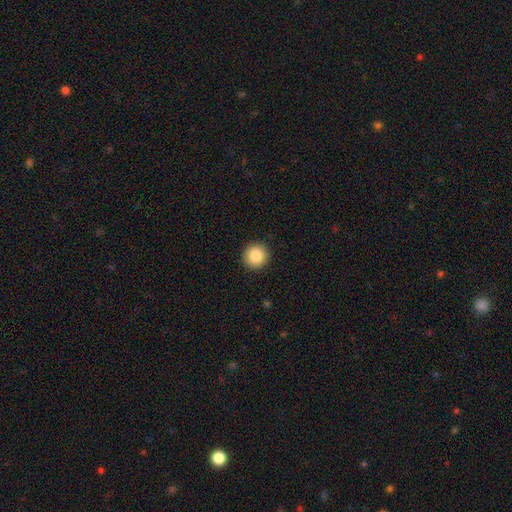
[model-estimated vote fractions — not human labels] Smooth or featured? smooth (87%)
How rounded? round (94%)
Merging? none (93%)